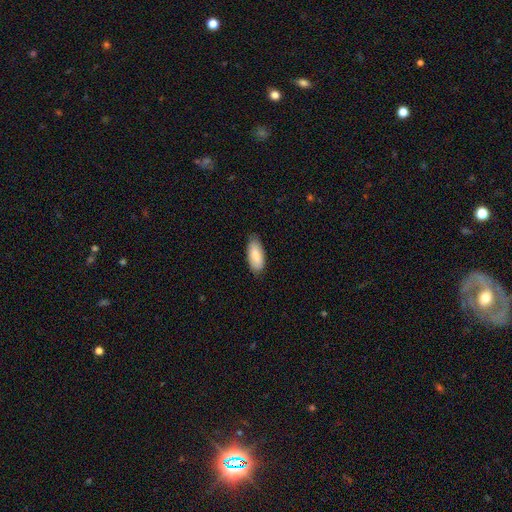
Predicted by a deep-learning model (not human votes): Overall: smooth (83%). How rounded: in between (88%). Merging: none (80%).